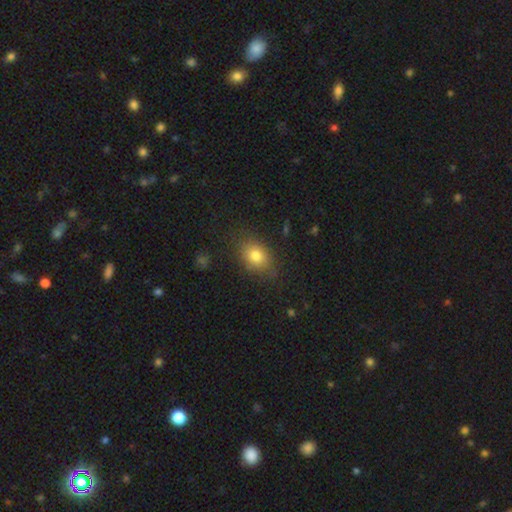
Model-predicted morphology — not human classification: A smooth galaxy with no disk features (80%) that is in between round and cigar-shaped (70%). Merging: none (78%).